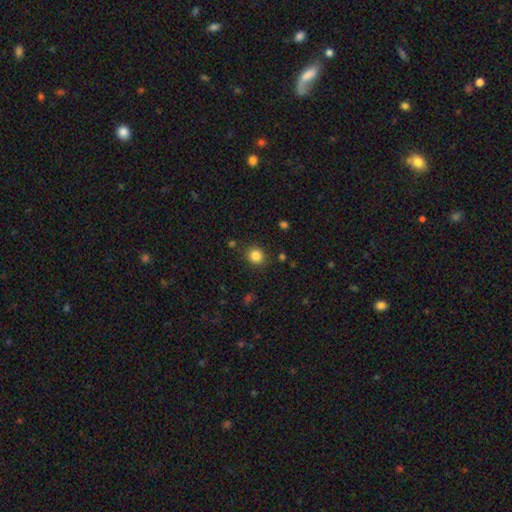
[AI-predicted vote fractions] A smooth galaxy with no disk features (84%) that is round (82%).

Vote fractions:
- Smooth or featured? smooth: 84% / star or artifact: 12% / featured or disk: 5%
- How rounded? round: 82% / in between: 17% / cigar-shaped: 1%
- Merging? none: 86% / minor disturbance: 9% / major disturbance: 3% / merger: 2%